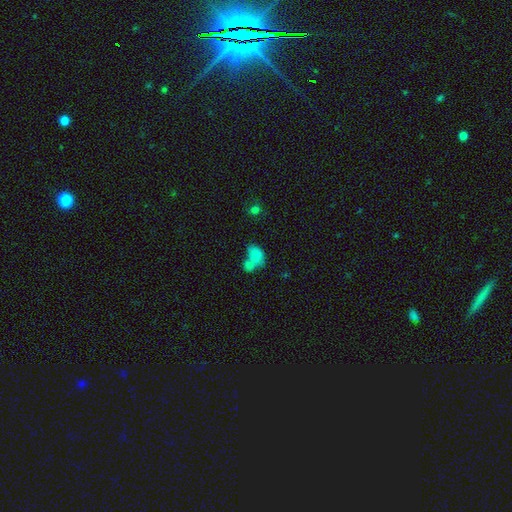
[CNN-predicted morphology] smooth-or-featured: smooth: 78% | featured or disk: 13% | star or artifact: 9%
  how-rounded: in between: 75% | round: 24% | cigar-shaped: 2%
  merging: merger: 59% | none: 24% | minor disturbance: 10% | major disturbance: 6%